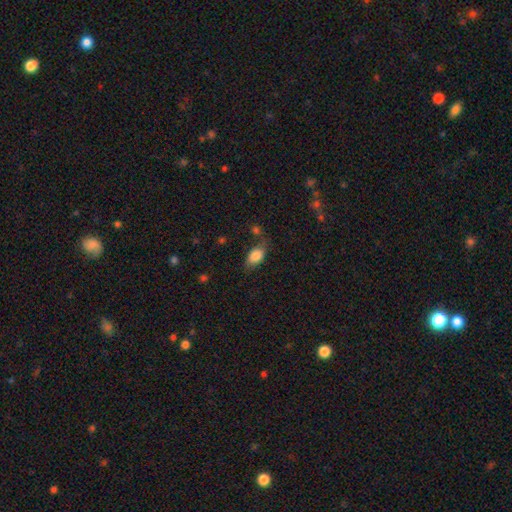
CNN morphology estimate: Smooth or featured?
  - smooth: 82% *
  - featured or disk: 10%
  - star or artifact: 8%
How rounded?
  - in between: 89% *
  - round: 7%
  - cigar-shaped: 3%
Merging?
  - none: 61% *
  - minor disturbance: 24%
  - major disturbance: 8%
  - merger: 7%